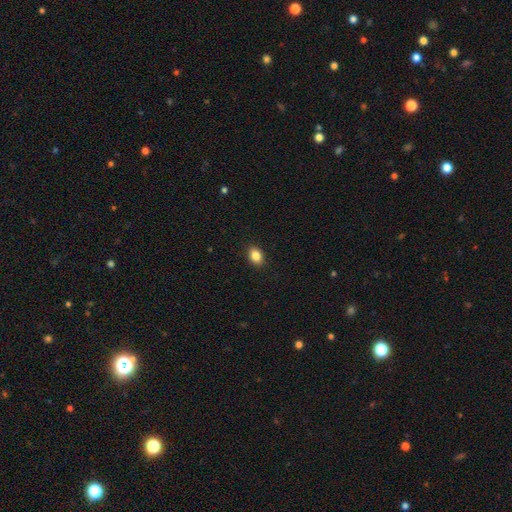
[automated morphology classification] smooth_or_featured: smooth (p=0.86) [alt: star or artifact p=0.09]
how_rounded: in between (p=0.77) [alt: round p=0.22]
merging: none (p=0.90) [alt: minor disturbance p=0.07]